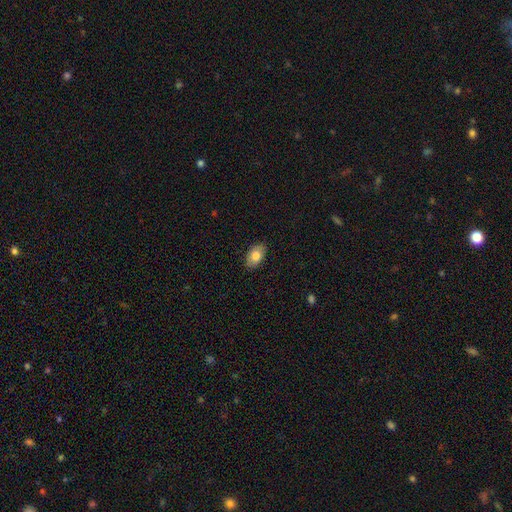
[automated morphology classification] This appears to be a smooth galaxy with no disk features (77%) that is in between round and cigar-shaped (91%). Merging: none (86%).